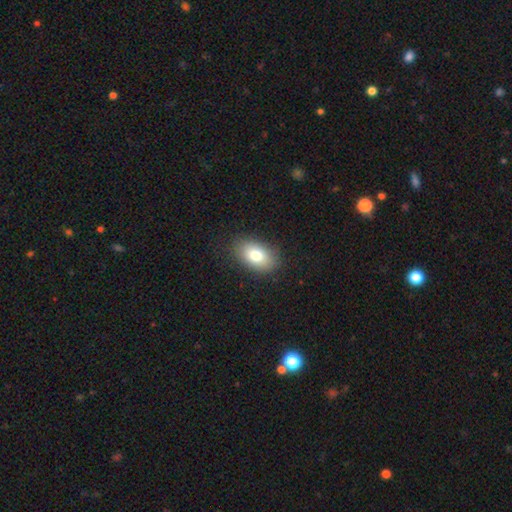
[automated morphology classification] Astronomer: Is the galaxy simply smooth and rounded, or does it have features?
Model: smooth — 78%.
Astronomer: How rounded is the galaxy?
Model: in between — 87%.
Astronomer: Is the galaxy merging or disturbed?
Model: none — 85%.